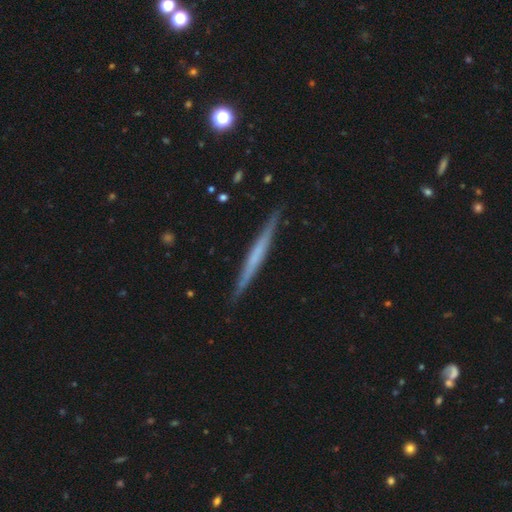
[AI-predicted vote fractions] The model was most divided on "smooth or featured": featured or disk: 57%, smooth: 37%, star or artifact: 6%. More confident: edge-on disk — yes (98%); merging — none (91%); edge-on bulge — none (80%).